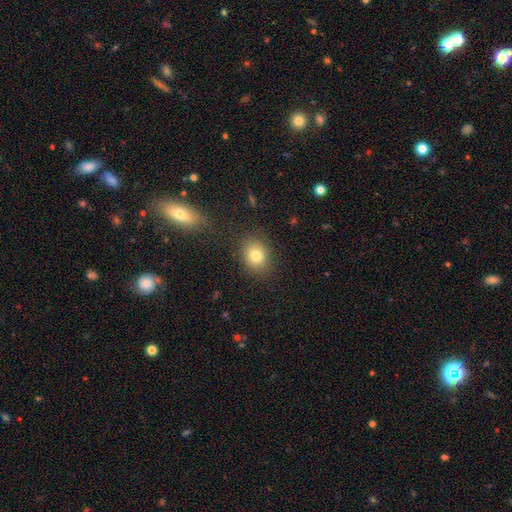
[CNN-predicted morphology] smooth-or-featured: smooth: 80% | star or artifact: 11% | featured or disk: 9%
  how-rounded: round: 56% | in between: 43% | cigar-shaped: 1%
  merging: none: 84% | minor disturbance: 10% | major disturbance: 4% | merger: 2%